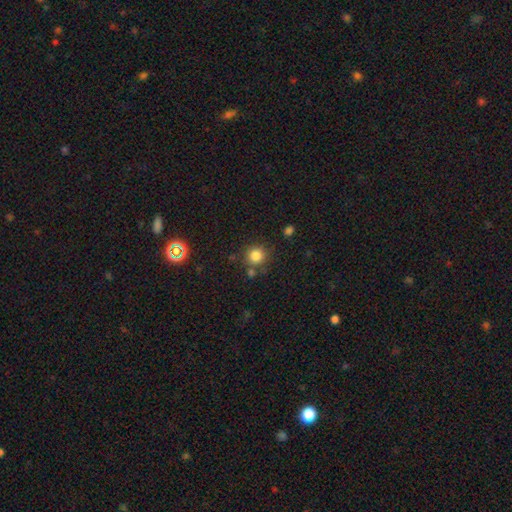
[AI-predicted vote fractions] This is clearly a smooth galaxy (82%). How rounded: clearly round (92%). Merging: likely none (77%).